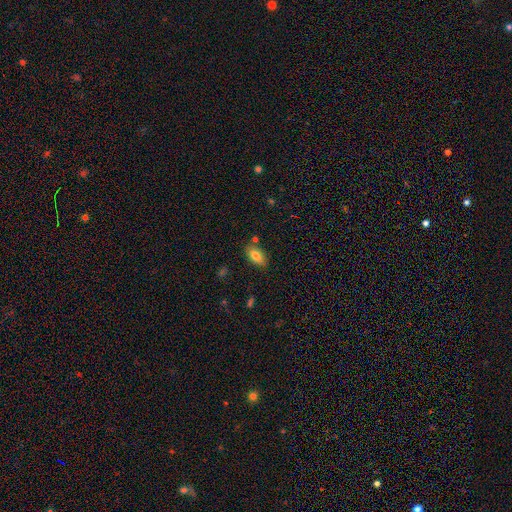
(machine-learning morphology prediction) Smooth or featured: smooth — 80% (featured or disk — 12%)
How rounded: in between — 90% (cigar-shaped — 6%)
Merging: none — 80% (minor disturbance — 13%)